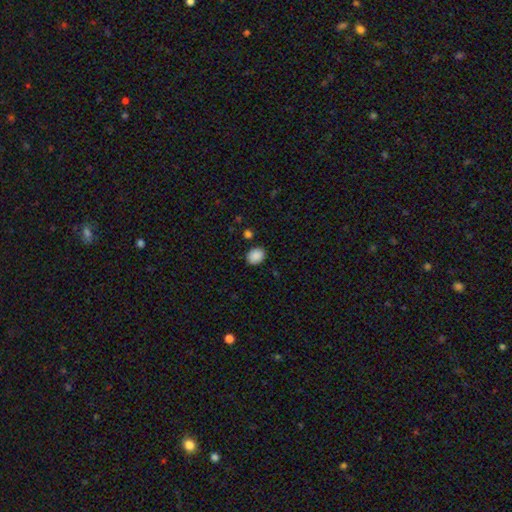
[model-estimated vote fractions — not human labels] Overall: smooth (89%). How rounded: round (51%; in between 48%). Merging: none (85%).